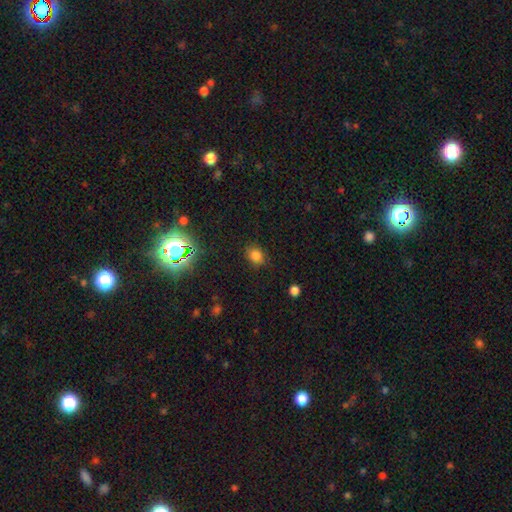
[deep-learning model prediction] This appears to be a smooth galaxy with no disk features (79%) that is round (55%). Merging: none (82%).